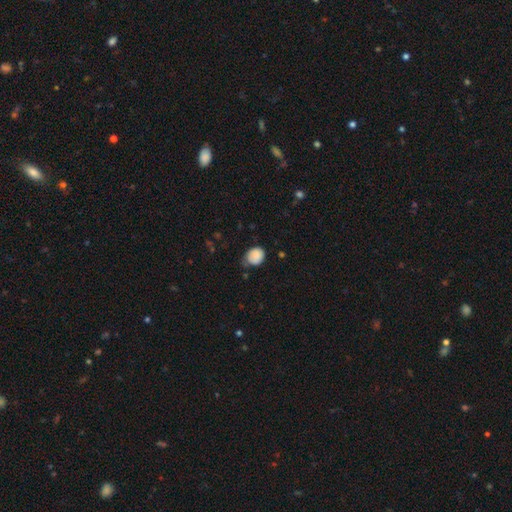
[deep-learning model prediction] Smooth or featured: smooth — 84% (featured or disk — 8%)
How rounded: round — 58% (in between — 42%)
Merging: none — 50% (minor disturbance — 38%)